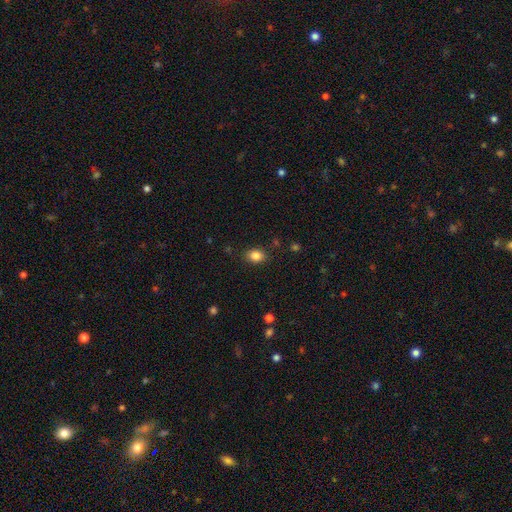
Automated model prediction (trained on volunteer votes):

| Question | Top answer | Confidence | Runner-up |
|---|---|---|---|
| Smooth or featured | smooth | 85% | star or artifact (10%) |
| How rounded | in between | 66% | round (33%) |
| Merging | none | 85% | minor disturbance (10%) |